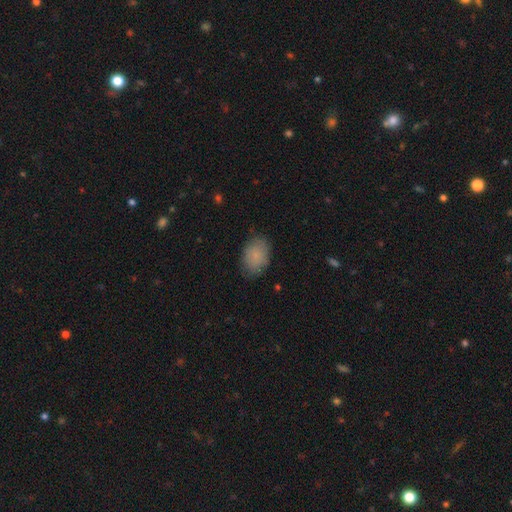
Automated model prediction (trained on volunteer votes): Q: Smooth or featured?
A: smooth (83%); runner-up: featured or disk (10%)
Q: How rounded?
A: in between (83%); runner-up: round (16%)
Q: Merging?
A: none (78%); runner-up: minor disturbance (17%)